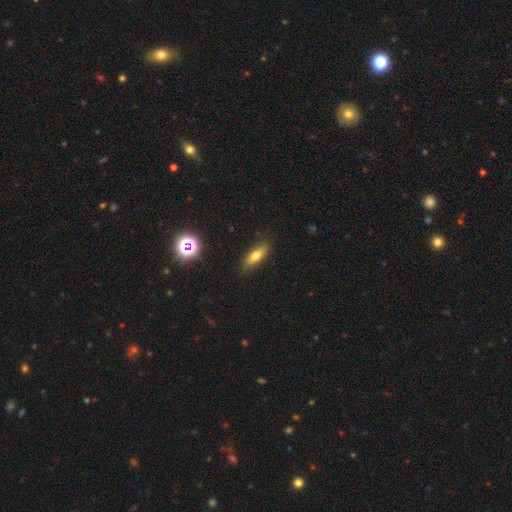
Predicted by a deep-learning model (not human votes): Smooth or featured? smooth (70%)
How rounded? in between (57%)
Merging? none (86%)